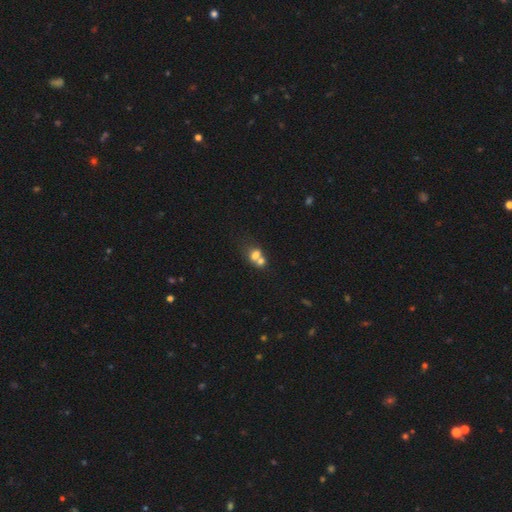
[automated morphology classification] Smooth or featured? Predicted: smooth (p=0.69). How rounded? Predicted: round (p=0.53). Merging? Predicted: merger (p=0.64).